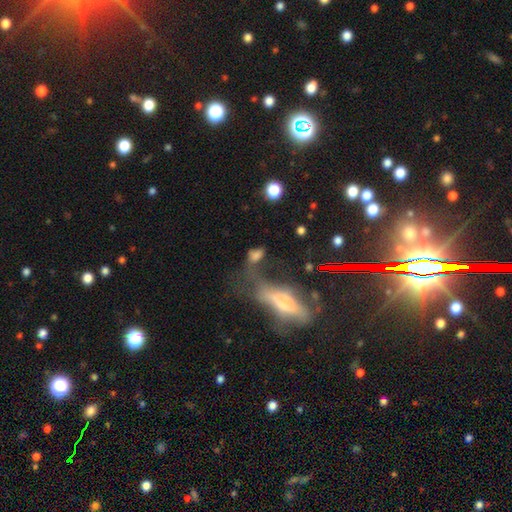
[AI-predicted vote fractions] A smooth galaxy with no disk features (60%) that is in between round and cigar-shaped (74%). Merging: merger (32%).